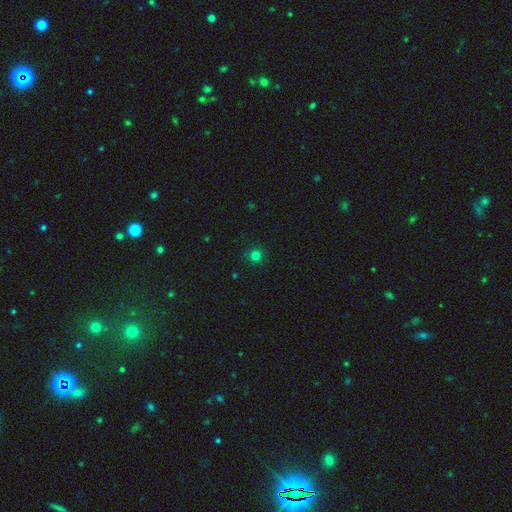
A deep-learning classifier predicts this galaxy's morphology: This is likely a smooth galaxy (79%). How rounded: clearly round (95%). Merging: clearly none (91%).